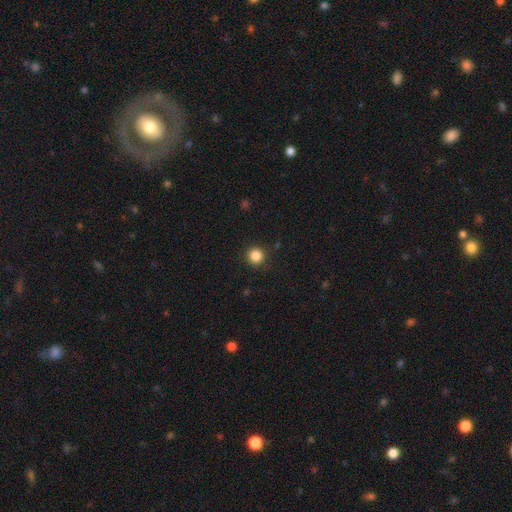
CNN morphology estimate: Smooth or featured? Predicted: smooth (p=0.85). How rounded? Predicted: round (p=0.94). Merging? Predicted: none (p=0.90).